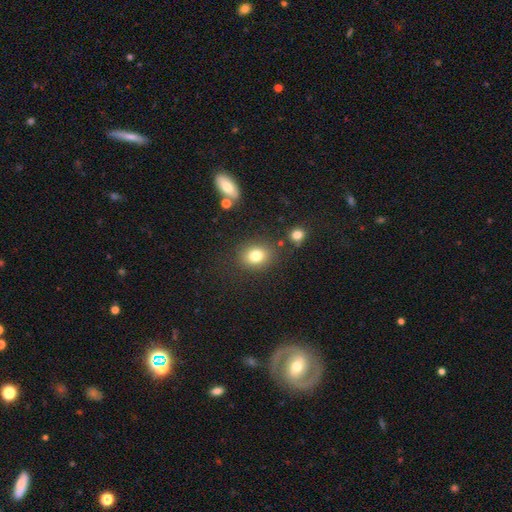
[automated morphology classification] This is likely a smooth galaxy (80%). How rounded: possibly round (60%). Merging: likely none (80%).